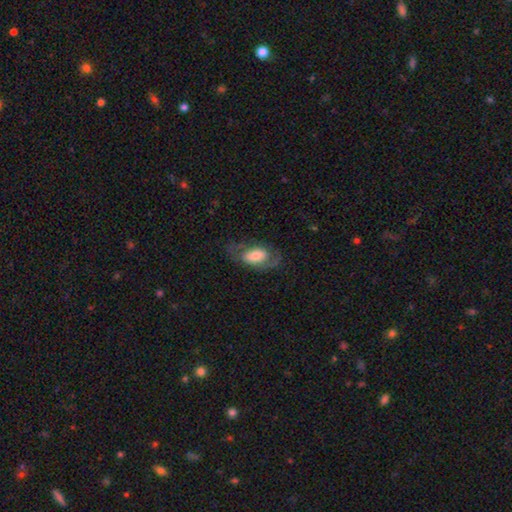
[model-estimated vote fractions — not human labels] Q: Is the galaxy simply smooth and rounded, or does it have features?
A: featured or disk — 52%.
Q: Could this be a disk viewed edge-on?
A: no — 92%.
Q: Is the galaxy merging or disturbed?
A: none — 57%.